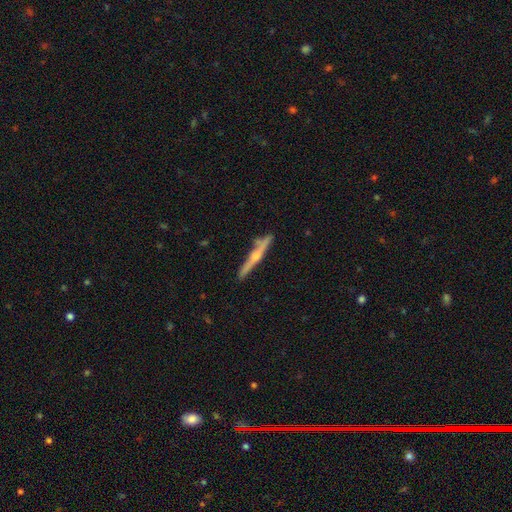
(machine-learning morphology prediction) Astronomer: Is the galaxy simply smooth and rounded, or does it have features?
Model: featured or disk — 71%.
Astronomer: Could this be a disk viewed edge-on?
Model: yes — 97%.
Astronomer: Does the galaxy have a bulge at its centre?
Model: rounded — 83%.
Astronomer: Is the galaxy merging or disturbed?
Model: none — 83%.